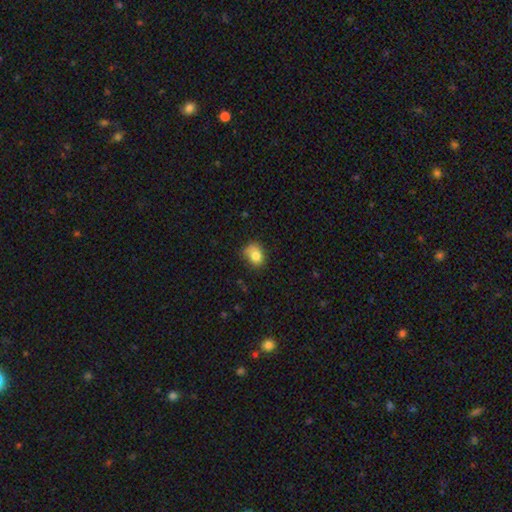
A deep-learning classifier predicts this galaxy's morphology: A smooth galaxy with no disk features (81%) that is in between round and cigar-shaped (50%). Merging: none (56%).